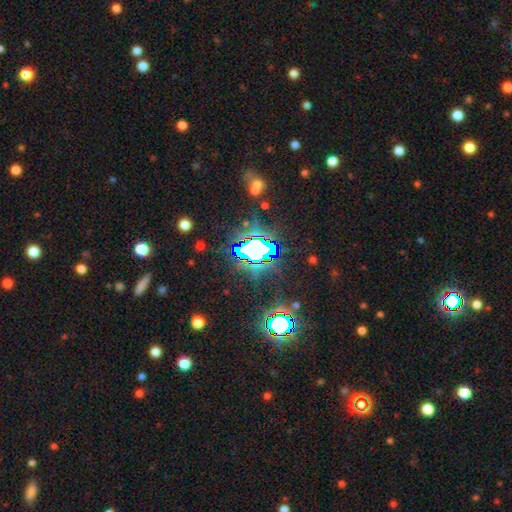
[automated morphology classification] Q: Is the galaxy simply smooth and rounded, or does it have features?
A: star or artifact — 72%.